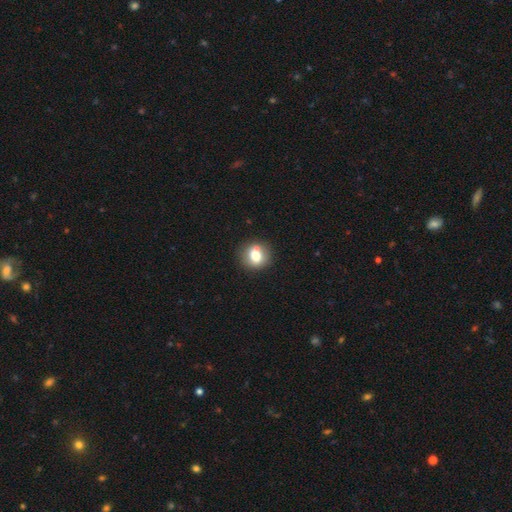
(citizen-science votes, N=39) smooth_or_featured: smooth (p=0.82) [alt: featured or disk p=0.10]
how_rounded: round (p=0.66) [alt: in between p=0.34]
merging: none (p=0.75) [alt: minor disturbance p=0.19]